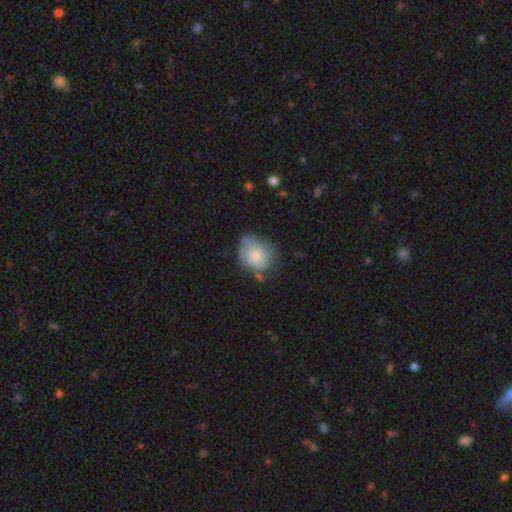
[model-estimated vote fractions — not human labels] Q: Smooth or featured?
A: smooth (74%); runner-up: featured or disk (19%)
Q: How rounded?
A: round (54%); runner-up: in between (45%)
Q: Merging?
A: none (43%); runner-up: minor disturbance (35%)